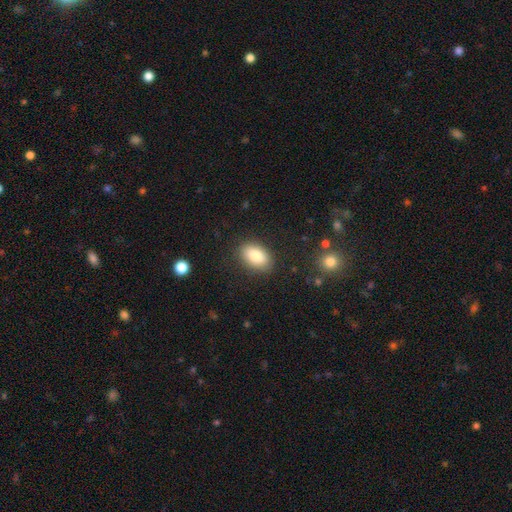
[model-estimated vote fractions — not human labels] Morphology: type=smooth (85%); roundness=in between (90%); merging=none (86%).